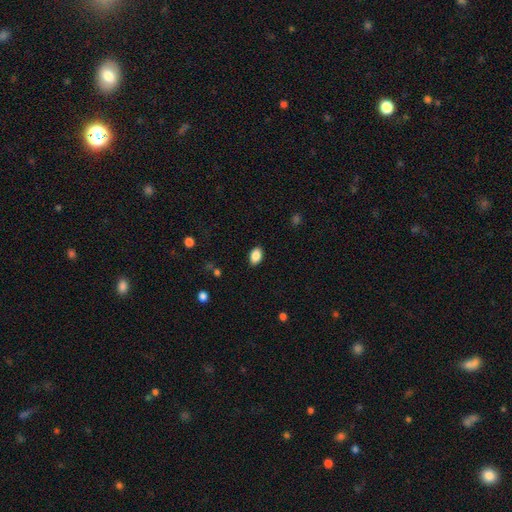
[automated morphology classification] smooth_or_featured: smooth (p=0.88) [alt: star or artifact p=0.08]
how_rounded: in between (p=0.87) [alt: round p=0.12]
merging: none (p=0.88) [alt: minor disturbance p=0.09]